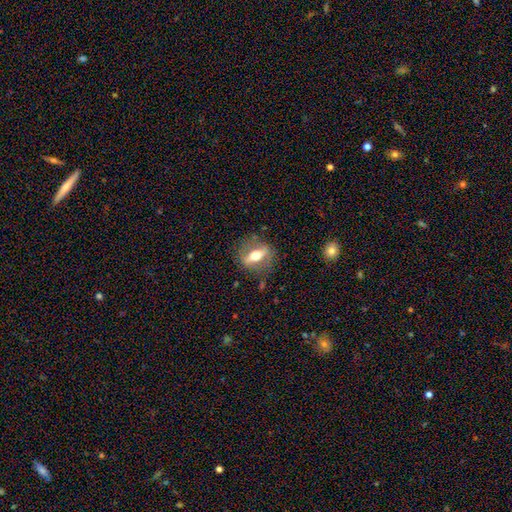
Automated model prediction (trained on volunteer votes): Smooth or featured? featured or disk (65%)
Edge-on disk? yes (54%)
Merging? none (78%)